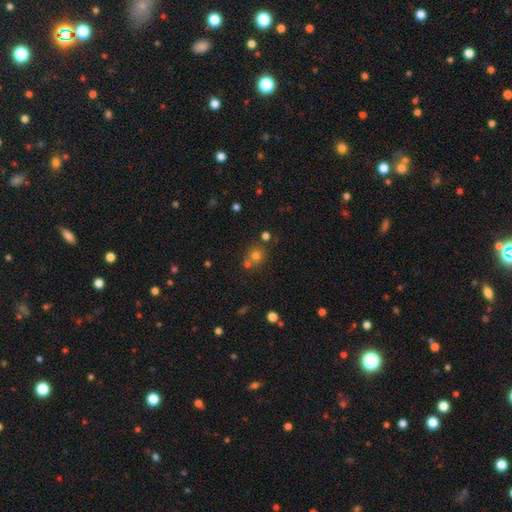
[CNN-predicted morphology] Smooth or featured? smooth (71%)
How rounded? round (88%)
Merging? none (63%)